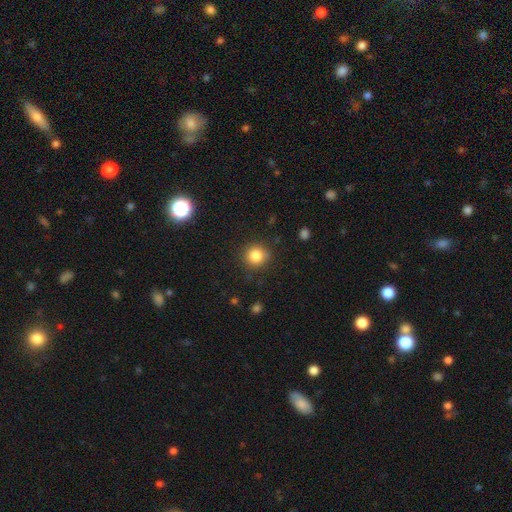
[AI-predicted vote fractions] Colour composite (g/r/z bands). It shows a smooth galaxy with no disk features (83%) that is round (92%). Merging: none (87%).